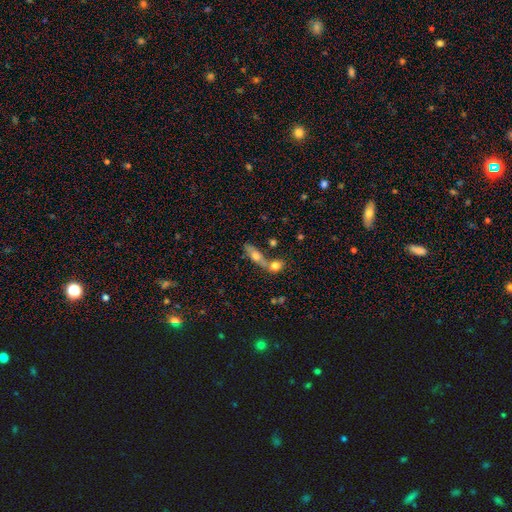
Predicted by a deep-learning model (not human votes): A smooth galaxy with no disk features (60%) that is in between round and cigar-shaped (59%). Merging: merger (44%).